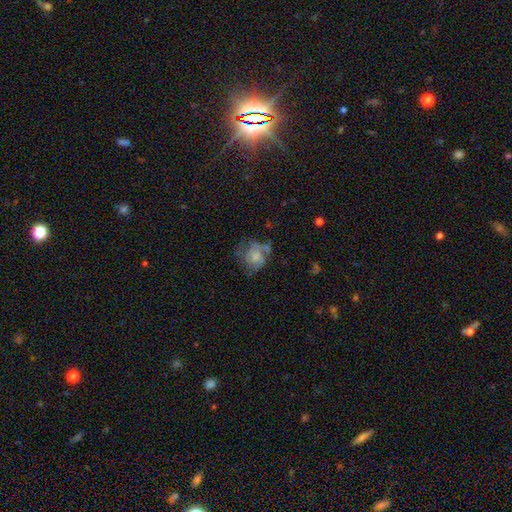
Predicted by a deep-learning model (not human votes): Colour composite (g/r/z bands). It shows a featured or disk galaxy (46%). Merging: none (38%).